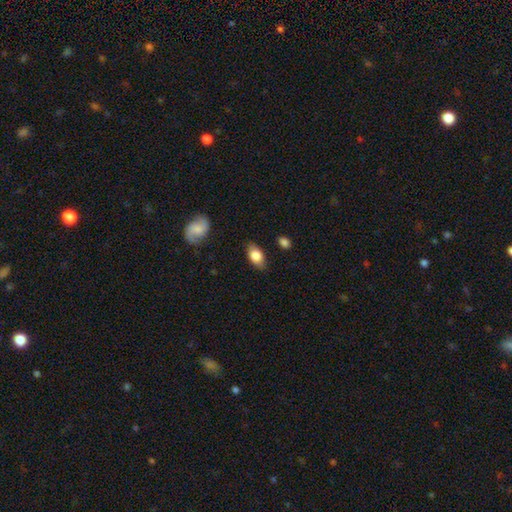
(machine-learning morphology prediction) Overall: smooth (81%). How rounded: in between (90%). Merging: none (82%).